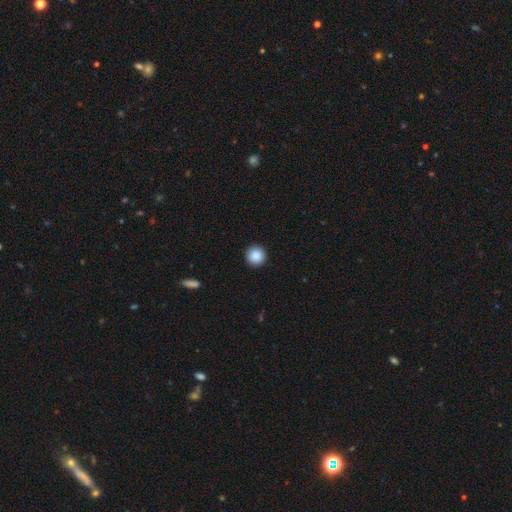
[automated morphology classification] smooth-or-featured: smooth: 88% | star or artifact: 9% | featured or disk: 3%
  how-rounded: round: 96% | in between: 3% | cigar-shaped: 1%
  merging: none: 93% | minor disturbance: 5% | major disturbance: 2% | merger: 1%